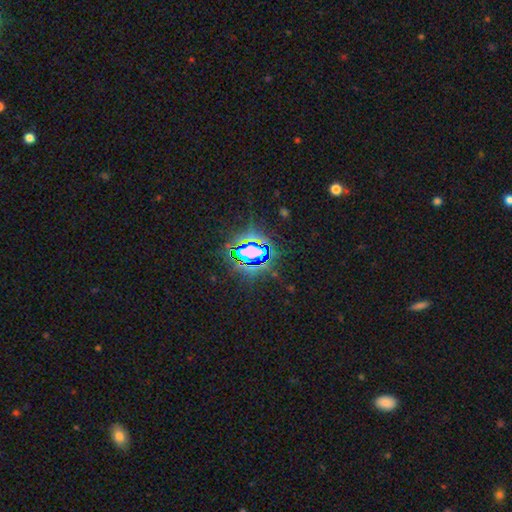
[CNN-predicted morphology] type=star or artifact (78%).